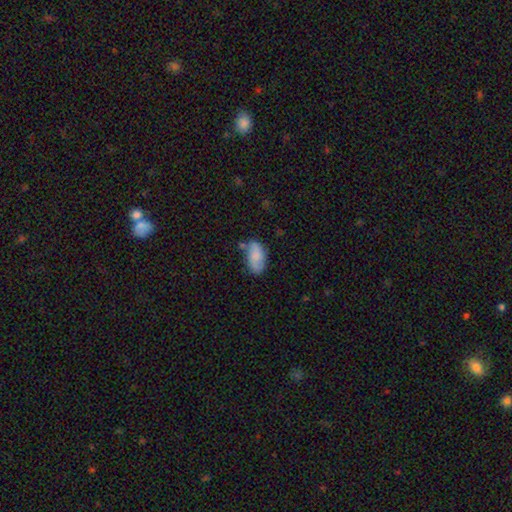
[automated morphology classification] smooth-or-featured: smooth: 72% | featured or disk: 21% | star or artifact: 7%
  how-rounded: in between: 93% | round: 4% | cigar-shaped: 3%
  merging: none: 59% | minor disturbance: 25% | merger: 9% | major disturbance: 7%